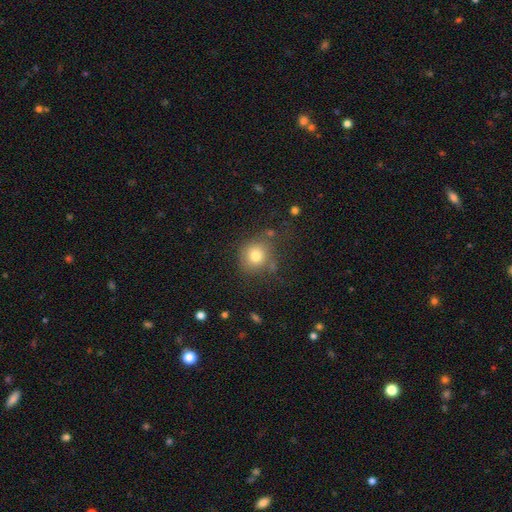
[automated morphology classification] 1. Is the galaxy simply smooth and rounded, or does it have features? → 77% smooth, 12% star or artifact, 10% featured or disk.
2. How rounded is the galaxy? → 84% round, 15% in between, 1% cigar-shaped.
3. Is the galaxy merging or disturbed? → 71% none, 16% minor disturbance, 7% major disturbance, 6% merger.